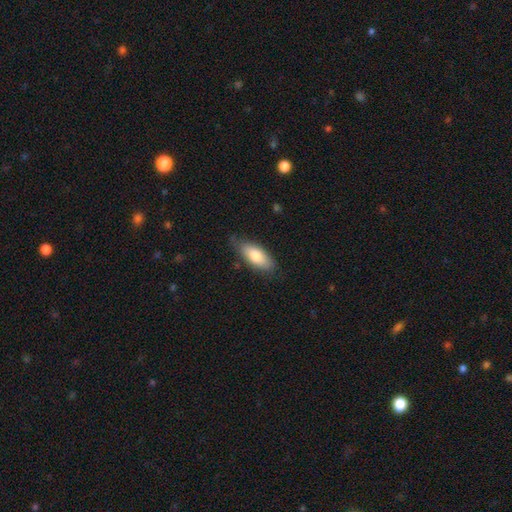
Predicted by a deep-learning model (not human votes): Smooth or featured? Predicted: smooth (p=0.79). How rounded? Predicted: in between (p=0.80). Merging? Predicted: none (p=0.74).